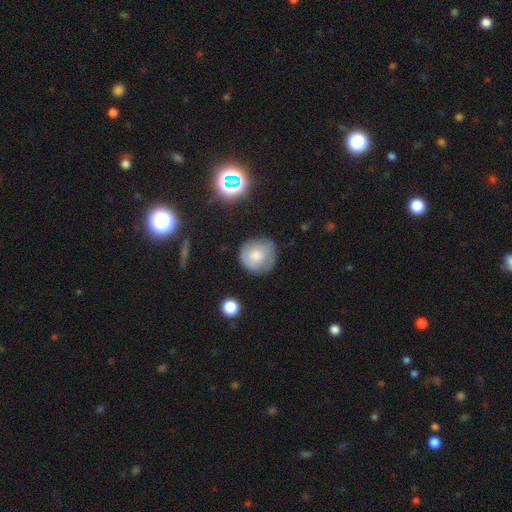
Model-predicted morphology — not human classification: Smooth or featured?
  - smooth: 68% *
  - featured or disk: 23%
  - star or artifact: 9%
How rounded?
  - round: 90% *
  - in between: 9%
  - cigar-shaped: 1%
Merging?
  - none: 76% *
  - minor disturbance: 17%
  - major disturbance: 5%
  - merger: 2%